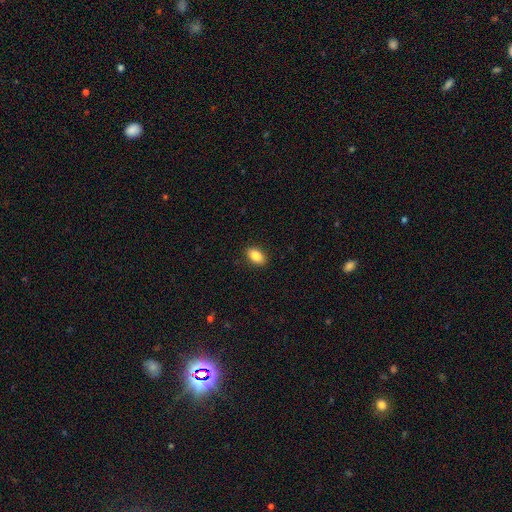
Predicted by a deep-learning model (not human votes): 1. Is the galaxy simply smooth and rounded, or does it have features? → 87% smooth, 8% star or artifact, 5% featured or disk.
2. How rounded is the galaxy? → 90% in between, 8% round, 2% cigar-shaped.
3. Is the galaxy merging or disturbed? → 89% none, 8% minor disturbance, 2% major disturbance, 1% merger.